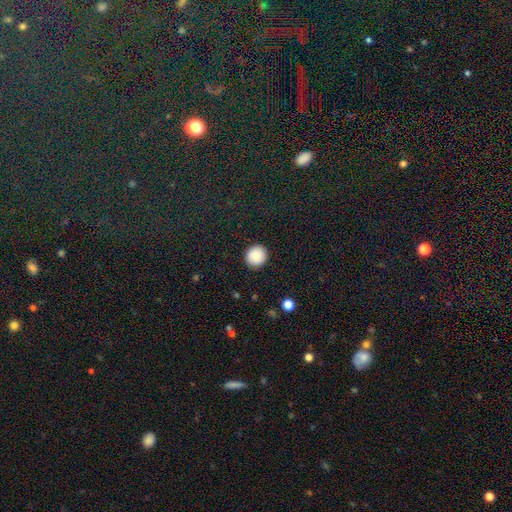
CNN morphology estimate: Smooth or featured: smooth — 88% (star or artifact — 8%)
How rounded: round — 92% (in between — 7%)
Merging: none — 92% (minor disturbance — 6%)